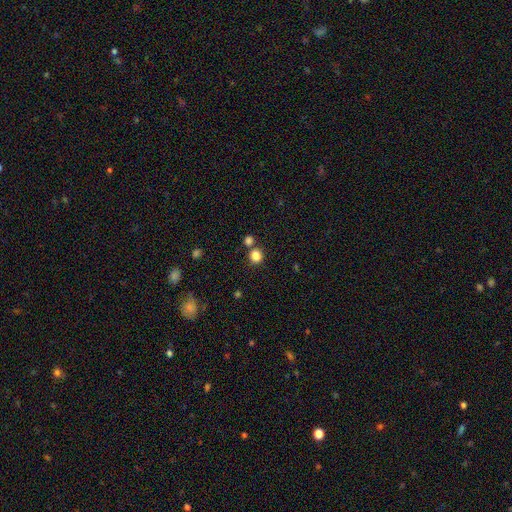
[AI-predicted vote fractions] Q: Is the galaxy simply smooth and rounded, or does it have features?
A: smooth — 83%.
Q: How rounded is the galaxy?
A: round — 87%.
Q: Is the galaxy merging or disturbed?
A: none — 72%.